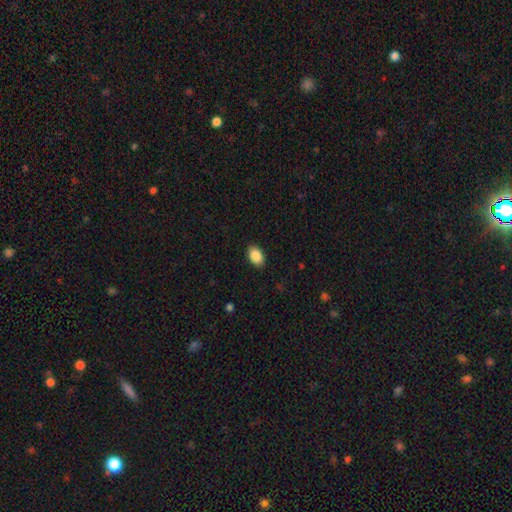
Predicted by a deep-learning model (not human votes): Morphology: type=smooth (88%); roundness=in between (88%); merging=none (89%).